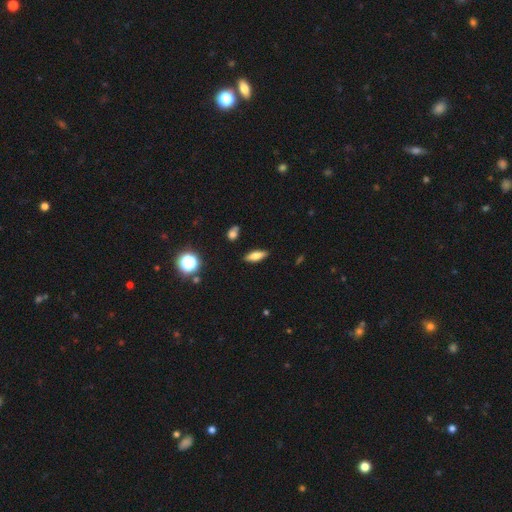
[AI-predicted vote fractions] Smooth or featured?
  - smooth: 69% *
  - featured or disk: 21%
  - star or artifact: 9%
How rounded?
  - in between: 58% *
  - cigar-shaped: 38%
  - round: 3%
Merging?
  - none: 87% *
  - minor disturbance: 9%
  - major disturbance: 2%
  - merger: 2%